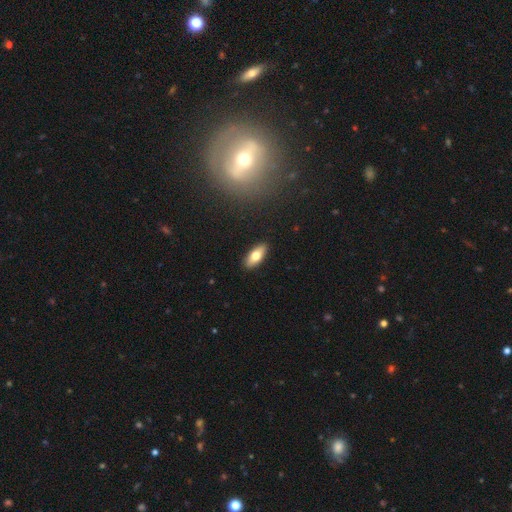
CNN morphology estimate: smooth 72%, featured or disk 21%, star or artifact 6%. Down the decision tree: how rounded — in between (80%); merging — none (90%).